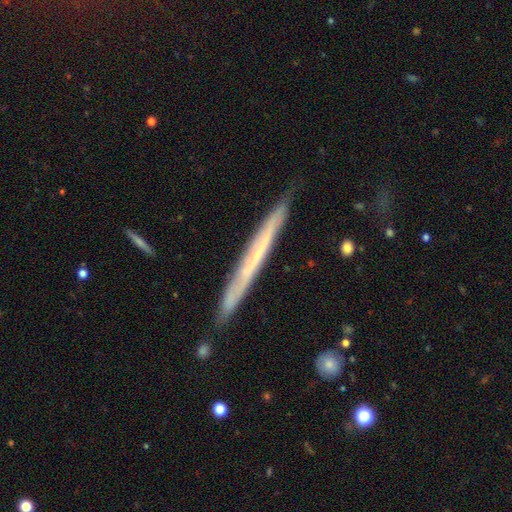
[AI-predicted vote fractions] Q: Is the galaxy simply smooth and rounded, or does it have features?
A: featured or disk — 56%.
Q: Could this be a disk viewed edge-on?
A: yes — 95%.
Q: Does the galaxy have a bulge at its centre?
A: none — 88%.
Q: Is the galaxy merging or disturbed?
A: none — 84%.